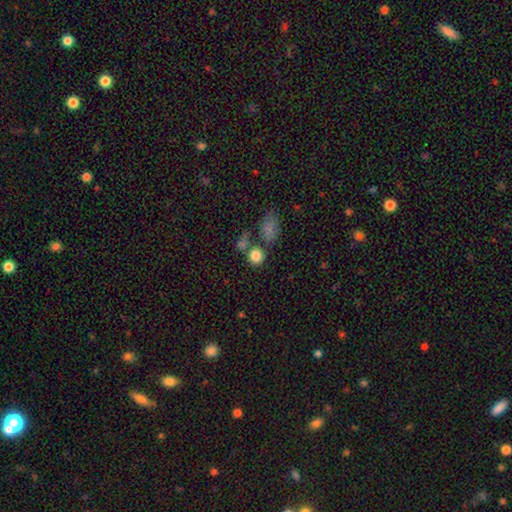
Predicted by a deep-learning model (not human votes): A smooth galaxy with no disk features (83%) that is round (83%). Merging: none (62%).